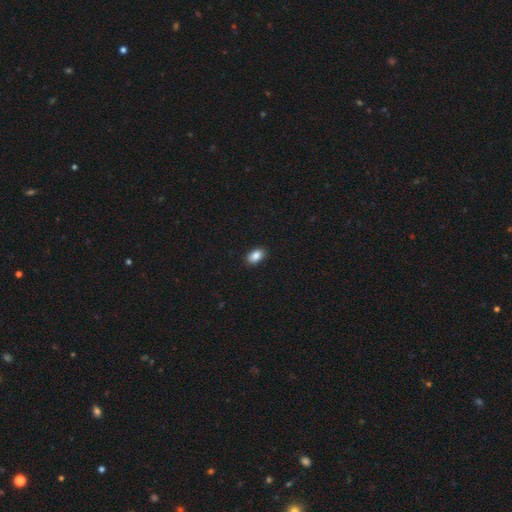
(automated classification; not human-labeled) Smooth or featured? smooth (87%)
How rounded? in between (89%)
Merging? none (90%)